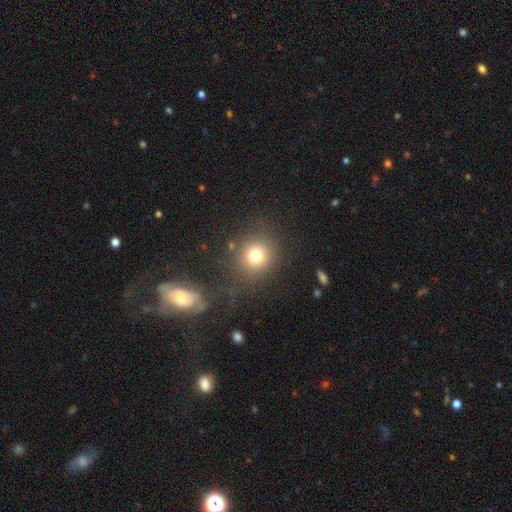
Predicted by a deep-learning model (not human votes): smooth-or-featured: smooth: 77% | star or artifact: 14% | featured or disk: 9%
  how-rounded: round: 88% | in between: 11% | cigar-shaped: 1%
  merging: none: 78% | minor disturbance: 10% | major disturbance: 7% | merger: 6%